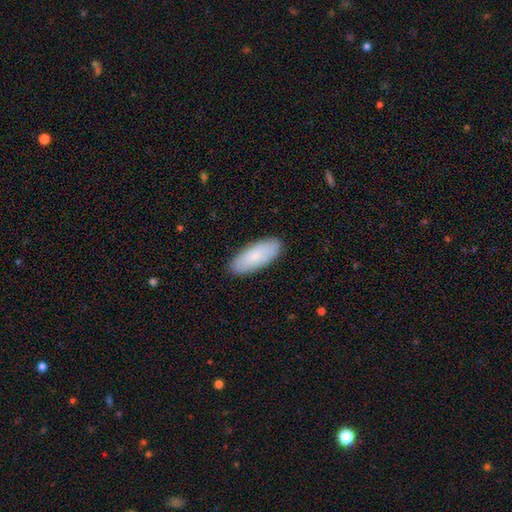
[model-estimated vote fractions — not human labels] Smooth or featured: smooth — 80% (featured or disk — 14%)
How rounded: in between — 80% (cigar-shaped — 18%)
Merging: none — 89% (minor disturbance — 8%)